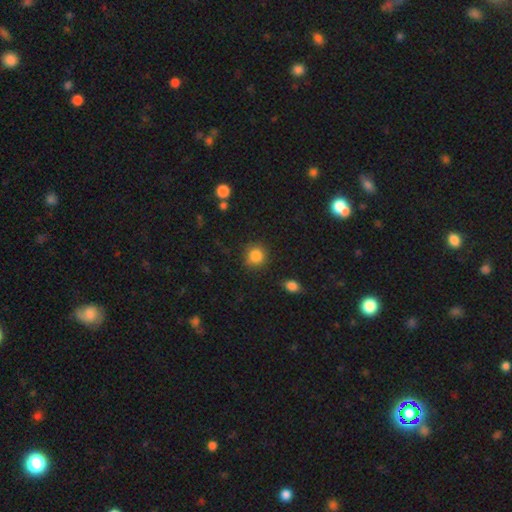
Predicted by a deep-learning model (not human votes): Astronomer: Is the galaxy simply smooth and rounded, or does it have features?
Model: smooth — 86%.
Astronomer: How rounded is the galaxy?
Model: round — 89%.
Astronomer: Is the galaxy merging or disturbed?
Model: none — 84%.